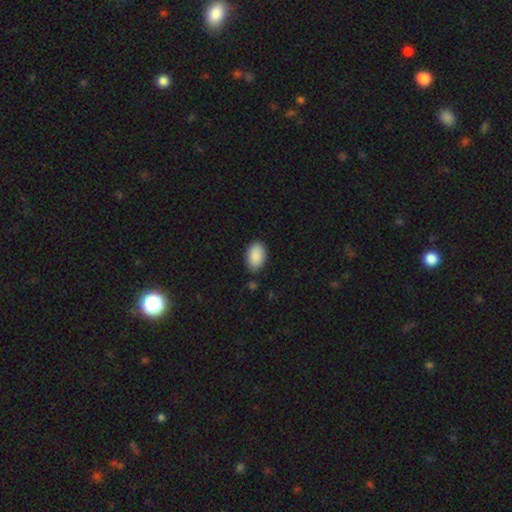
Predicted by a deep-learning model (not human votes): The model was most divided on "merging": none: 83%, minor disturbance: 13%, major disturbance: 3%, merger: 2%. More confident: how rounded — in between (92%); smooth or featured — smooth (90%).